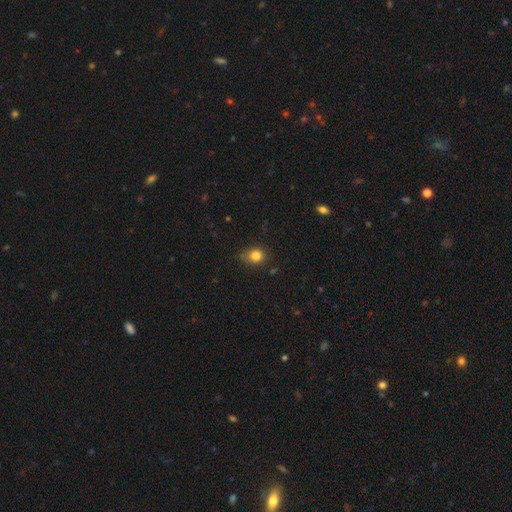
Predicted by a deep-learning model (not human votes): Q: Smooth or featured?
A: smooth (82%); runner-up: star or artifact (12%)
Q: How rounded?
A: round (73%); runner-up: in between (26%)
Q: Merging?
A: none (71%); runner-up: minor disturbance (22%)